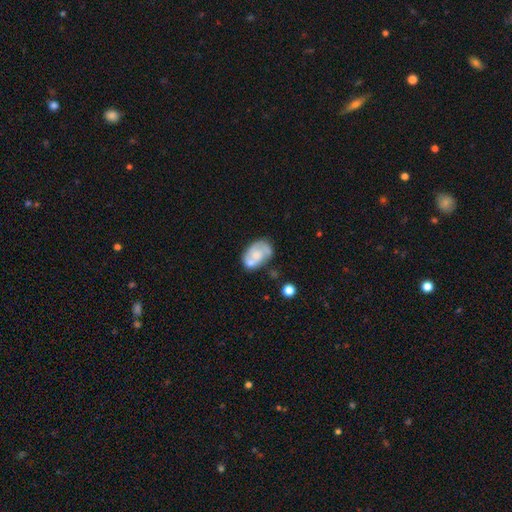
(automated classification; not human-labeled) Smooth or featured? Predicted: featured or disk (p=0.54). Edge-on disk? Predicted: no (p=0.97). Bar? Predicted: no (p=0.76). Spiral arms? Predicted: yes (p=0.61). Bulge size? Predicted: moderate (p=0.33). Merging? Predicted: none (p=0.41).